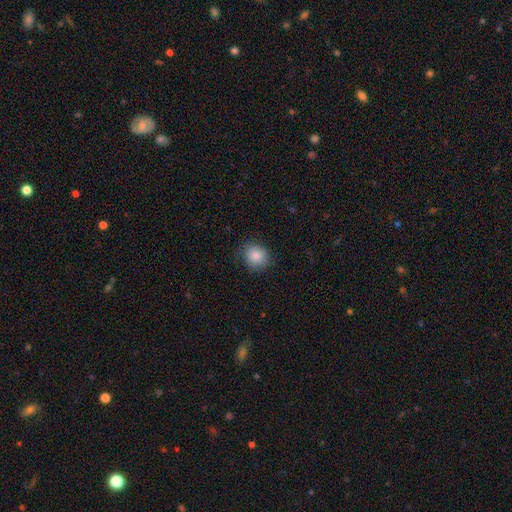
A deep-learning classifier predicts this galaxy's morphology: Smooth or featured: smooth — 87% (star or artifact — 9%)
How rounded: round — 77% (in between — 22%)
Merging: none — 81% (minor disturbance — 15%)